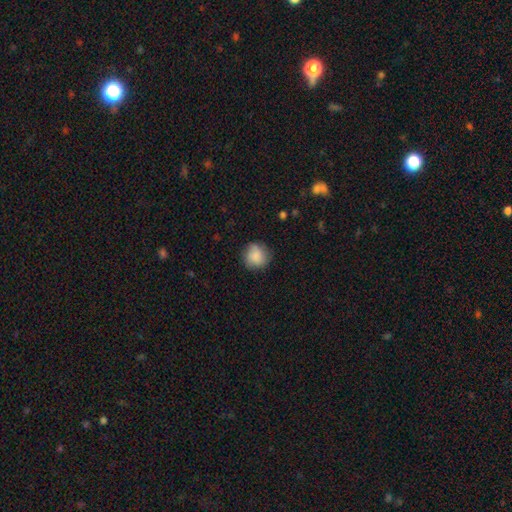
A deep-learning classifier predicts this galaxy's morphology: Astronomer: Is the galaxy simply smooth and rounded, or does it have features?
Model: smooth — 83%.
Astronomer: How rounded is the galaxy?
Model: round — 89%.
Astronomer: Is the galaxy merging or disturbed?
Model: none — 79%.